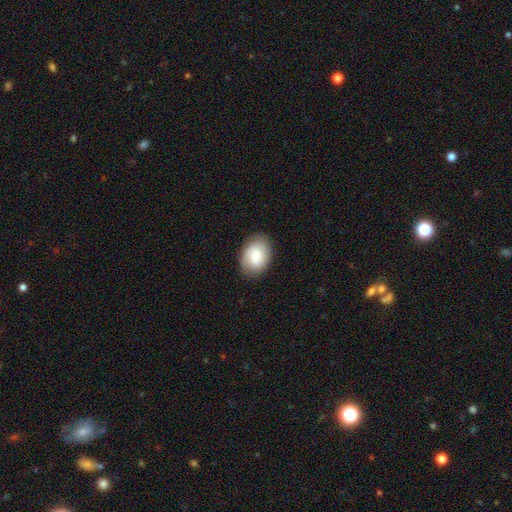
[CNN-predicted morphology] Smooth or featured: smooth — 69% (featured or disk — 24%)
How rounded: in between — 78% (round — 21%)
Merging: none — 84% (minor disturbance — 12%)